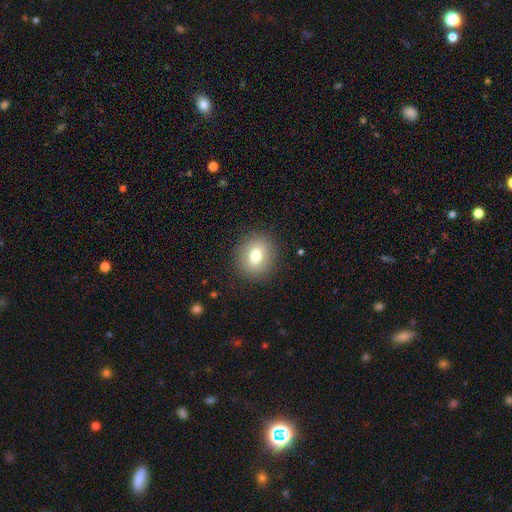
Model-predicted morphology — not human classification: smooth-or-featured: smooth: 76% | featured or disk: 14% | star or artifact: 10%
  how-rounded: round: 78% | in between: 21% | cigar-shaped: 1%
  merging: none: 88% | minor disturbance: 8% | major disturbance: 3% | merger: 1%